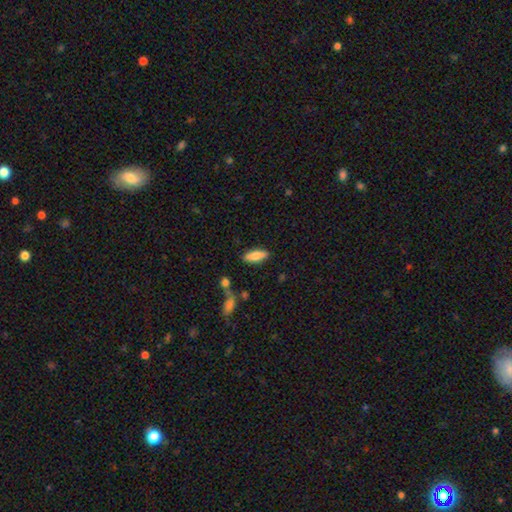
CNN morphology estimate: Overall: smooth (76%). How rounded: in between (61%; cigar-shaped 37%). Merging: none (85%).